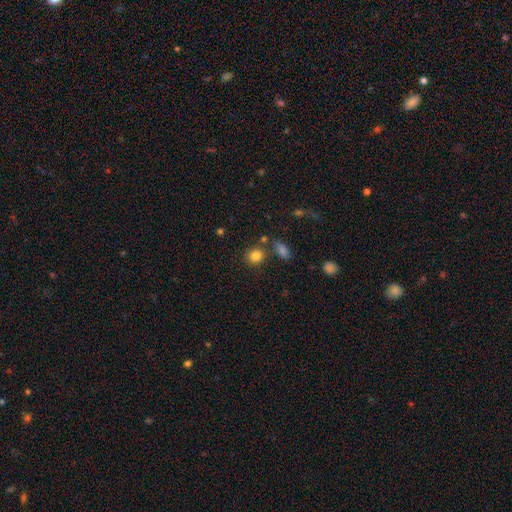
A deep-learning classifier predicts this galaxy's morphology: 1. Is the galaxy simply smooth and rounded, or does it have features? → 83% smooth, 11% star or artifact, 6% featured or disk.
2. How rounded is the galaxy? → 82% round, 17% in between, 1% cigar-shaped.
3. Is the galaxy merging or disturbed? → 77% none, 10% merger, 10% minor disturbance, 3% major disturbance.